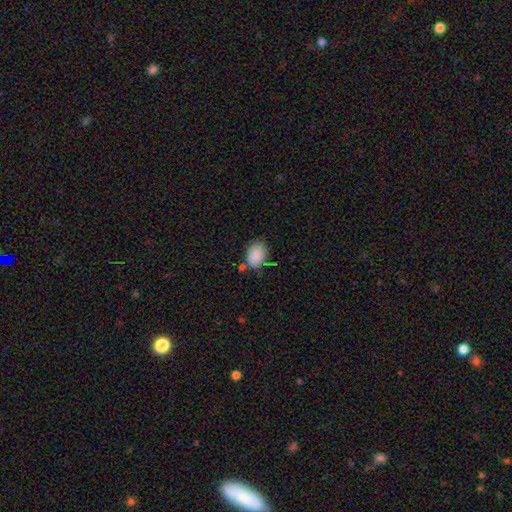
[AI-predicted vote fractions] This appears to be a smooth galaxy with no disk features (88%) that is in between round and cigar-shaped (85%). Merging: none (70%).